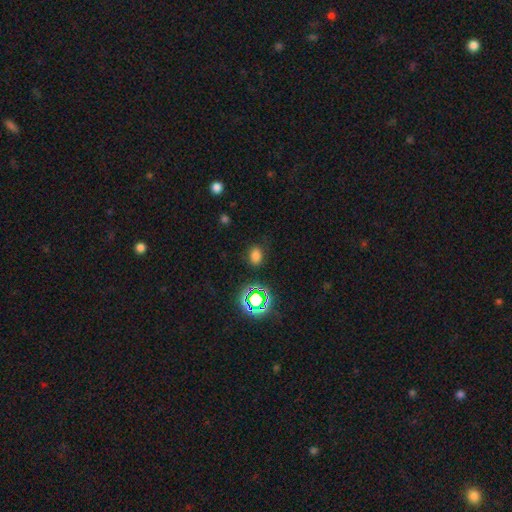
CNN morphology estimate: The model was most divided on "how rounded": in between: 67%, round: 32%, cigar-shaped: 1%. More confident: merging — none (81%); smooth or featured — smooth (71%).